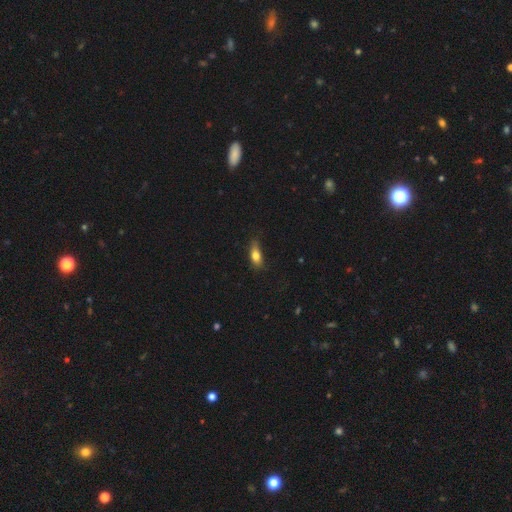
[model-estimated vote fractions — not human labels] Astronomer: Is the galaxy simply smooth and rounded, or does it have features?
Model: smooth — 75%.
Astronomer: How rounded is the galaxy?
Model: in between — 74%.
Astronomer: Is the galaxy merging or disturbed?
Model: none — 61%.